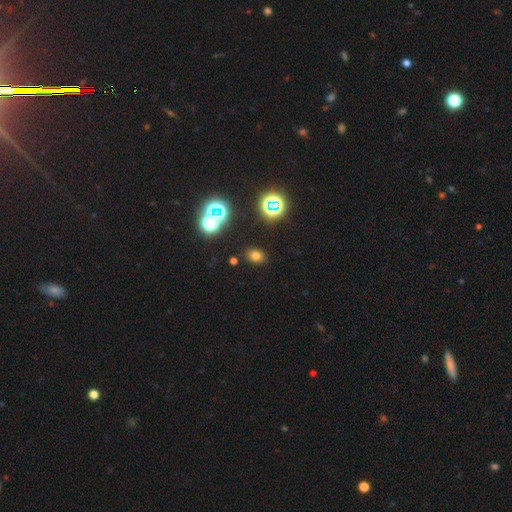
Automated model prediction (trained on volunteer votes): The model was most divided on "how rounded": in between: 57%, round: 42%, cigar-shaped: 1%. More confident: merging — none (87%); smooth or featured — smooth (69%).